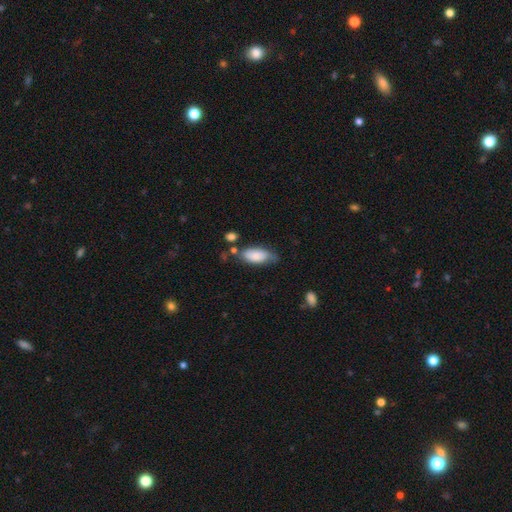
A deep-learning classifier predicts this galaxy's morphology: Overall: smooth (78%). How rounded: in between (88%). Merging: none (57%; minor disturbance 28%).